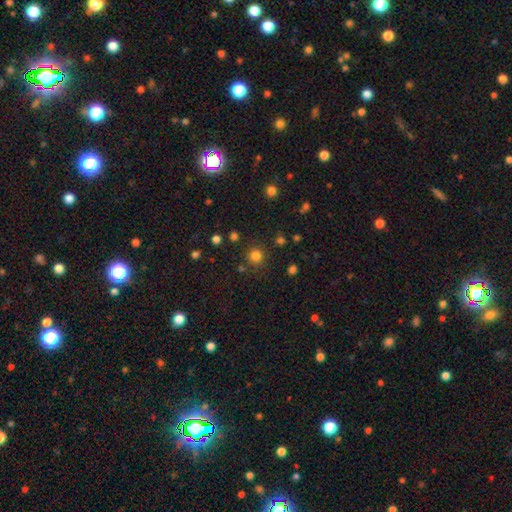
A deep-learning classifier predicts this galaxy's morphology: Smooth or featured?
  - smooth: 80% *
  - star or artifact: 15%
  - featured or disk: 4%
How rounded?
  - round: 94% *
  - in between: 5%
  - cigar-shaped: 1%
Merging?
  - none: 86% *
  - minor disturbance: 7%
  - merger: 4%
  - major disturbance: 3%